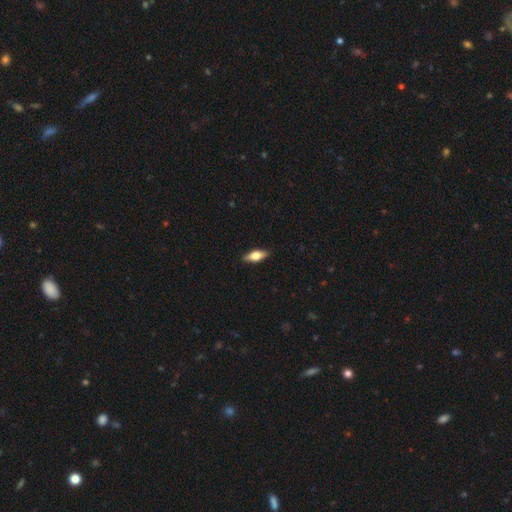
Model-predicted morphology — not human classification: This appears to be a smooth galaxy with no disk features (59%) that is in between round and cigar-shaped (70%). Merging: none (89%).